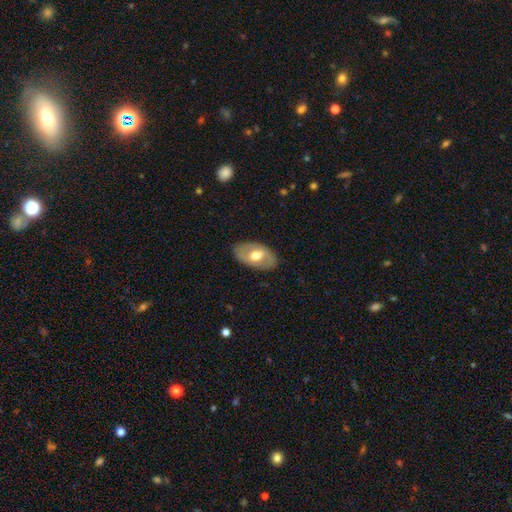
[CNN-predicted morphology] Smooth or featured: featured or disk — 48% (smooth — 47%)
Merging: none — 83% (minor disturbance — 12%)